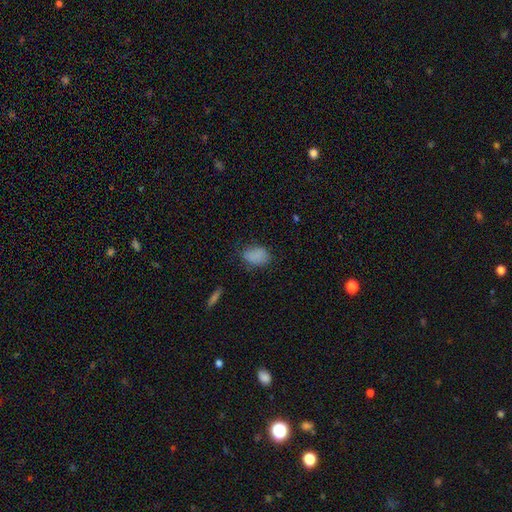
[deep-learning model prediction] Smooth or featured?
  - smooth: 84% *
  - star or artifact: 10%
  - featured or disk: 6%
How rounded?
  - in between: 83% *
  - round: 16%
  - cigar-shaped: 1%
Merging?
  - none: 70% *
  - minor disturbance: 22%
  - major disturbance: 6%
  - merger: 2%